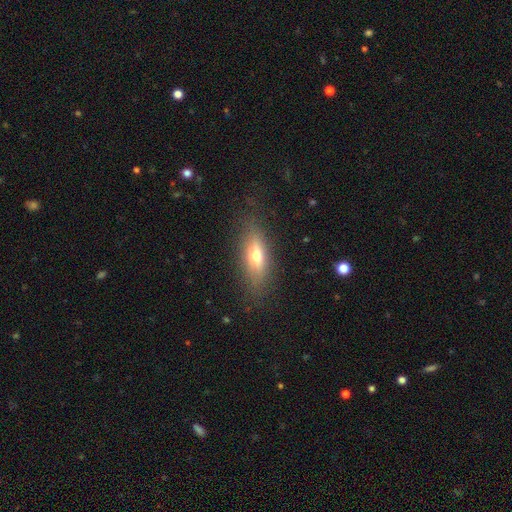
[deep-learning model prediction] The model was most divided on "smooth or featured": smooth: 56%, featured or disk: 35%, star or artifact: 9%. More confident: merging — none (81%); how rounded — in between (61%).